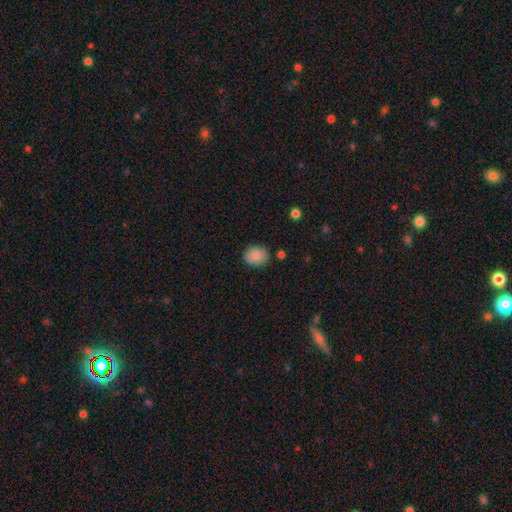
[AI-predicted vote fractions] This is clearly a smooth galaxy (88%). How rounded: possibly round (56%). Merging: clearly none (85%).